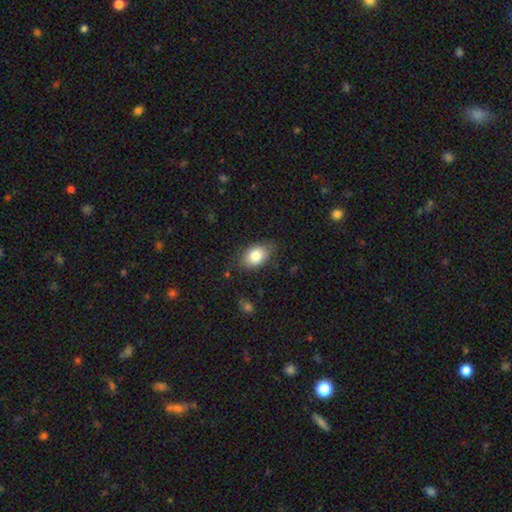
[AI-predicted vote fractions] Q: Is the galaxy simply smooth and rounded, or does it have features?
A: smooth — 83%.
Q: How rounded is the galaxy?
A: in between — 87%.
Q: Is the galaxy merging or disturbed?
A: none — 78%.